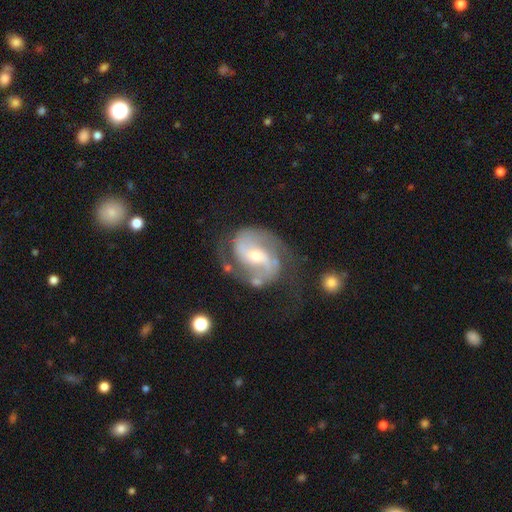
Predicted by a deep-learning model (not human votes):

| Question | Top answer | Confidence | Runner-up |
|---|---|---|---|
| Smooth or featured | featured or disk | 89% | smooth (5%) |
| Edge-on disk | no | 98% | yes (2%) |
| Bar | weak | 42% | no (30%) |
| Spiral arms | yes | 97% | no (3%) |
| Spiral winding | medium | 56% | tight (24%) |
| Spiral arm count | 2 | 91% | can't tell (3%) |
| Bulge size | moderate | 51% | small (45%) |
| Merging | none | 66% | minor disturbance (18%) |